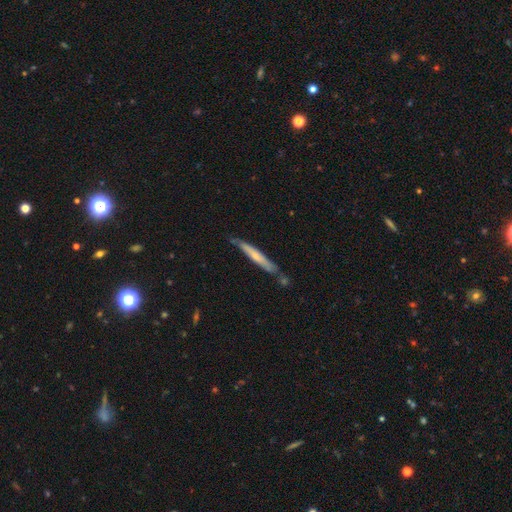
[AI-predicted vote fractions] A featured or disk galaxy (48%). Merging: none (69%).